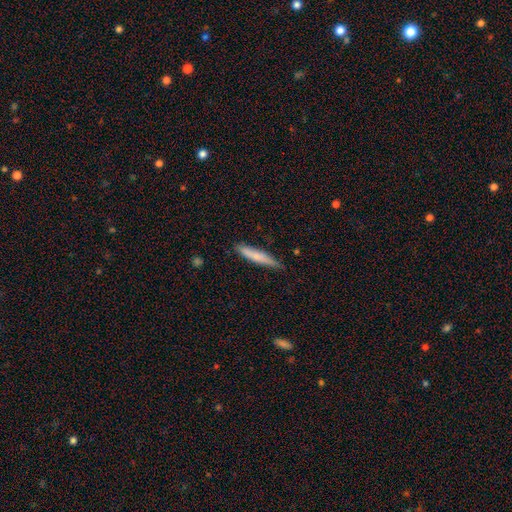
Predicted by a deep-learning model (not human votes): Smooth or featured? smooth (73%)
How rounded? cigar-shaped (91%)
Merging? none (79%)